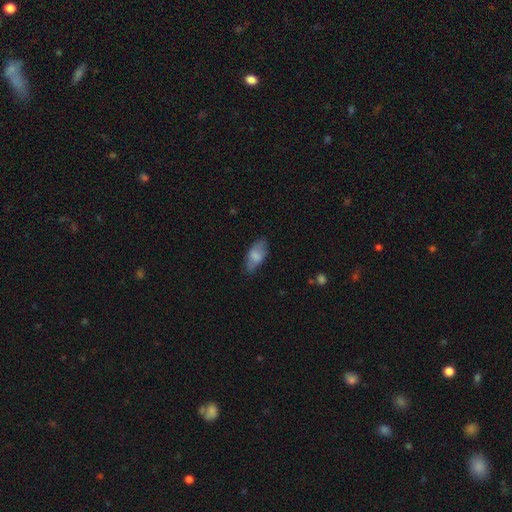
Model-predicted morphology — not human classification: type=smooth (74%); roundness=in between (90%); merging=none (69%).